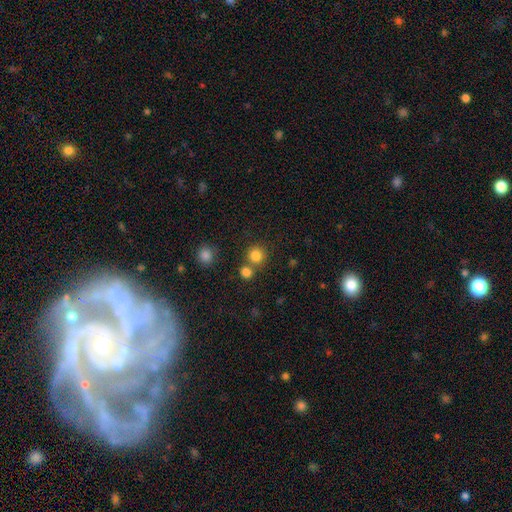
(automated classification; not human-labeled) smooth-or-featured: smooth: 82% | star or artifact: 13% | featured or disk: 5%
  how-rounded: round: 92% | in between: 7% | cigar-shaped: 1%
  merging: none: 69% | merger: 22% | minor disturbance: 7% | major disturbance: 3%